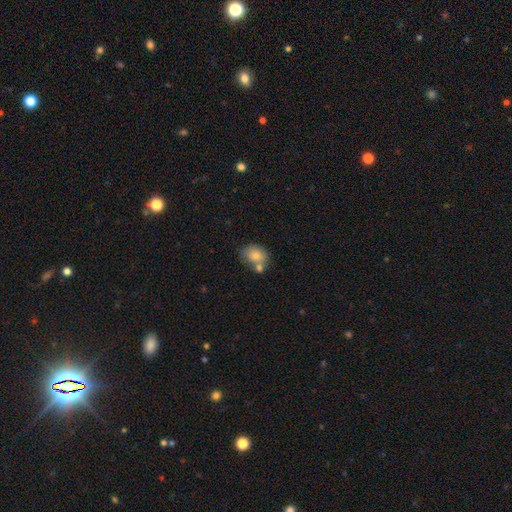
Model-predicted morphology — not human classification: type=smooth (79%); roundness=in between (62%); merging=none (49%).